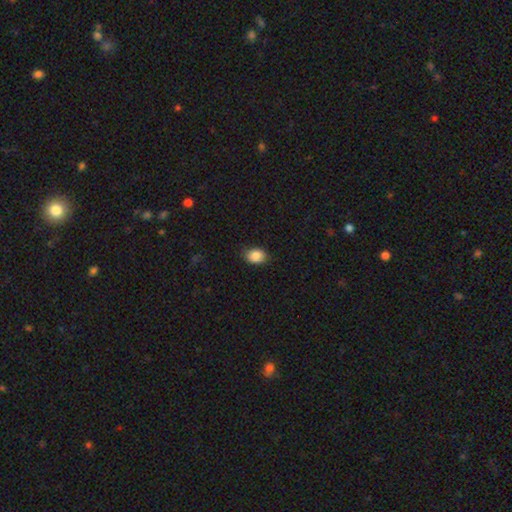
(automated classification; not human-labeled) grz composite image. It shows a smooth galaxy with no disk features (87%) that is in between round and cigar-shaped (67%). Merging: none (83%).